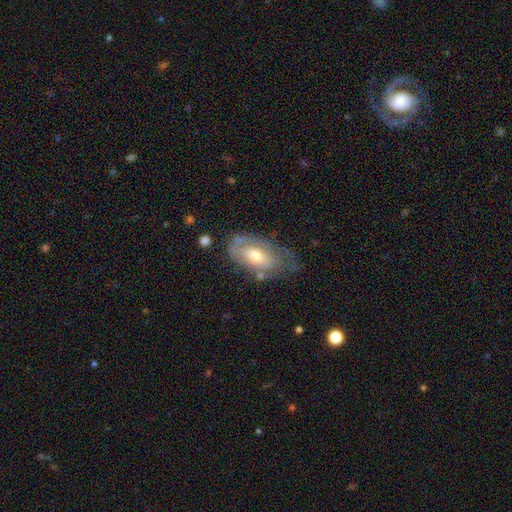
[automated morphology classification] Smooth or featured?
  - featured or disk: 59% *
  - smooth: 35%
  - star or artifact: 6%
Edge-on disk?
  - no: 90% *
  - yes: 10%
Bar?
  - no: 68% *
  - weak: 26%
  - strong: 6%
Spiral arms?
  - yes: 62% *
  - no: 38%
Bulge size?
  - moderate: 62% *
  - small: 26%
  - large: 9%
  - none: 1%
  - dominant: 1%
Merging?
  - none: 50% *
  - minor disturbance: 29%
  - major disturbance: 17%
  - merger: 4%